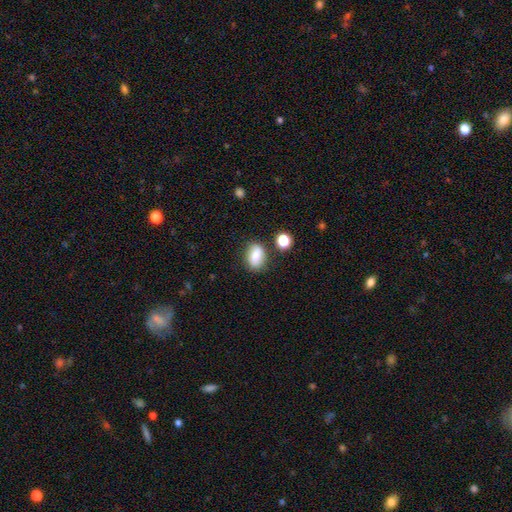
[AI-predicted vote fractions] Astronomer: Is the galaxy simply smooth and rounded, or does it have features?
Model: smooth — 73%.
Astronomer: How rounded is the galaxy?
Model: in between — 74%.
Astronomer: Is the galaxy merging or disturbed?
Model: none — 78%.